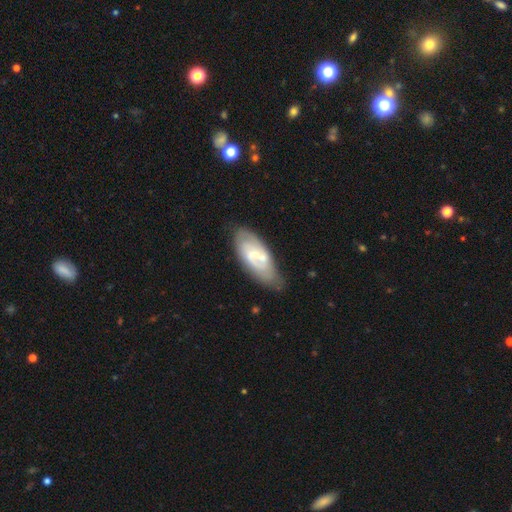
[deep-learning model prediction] Smooth or featured?
  - featured or disk: 72% *
  - smooth: 22%
  - star or artifact: 5%
Edge-on disk?
  - no: 93% *
  - yes: 7%
Bar?
  - weak: 50% *
  - strong: 30%
  - no: 20%
Spiral arms?
  - yes: 82% *
  - no: 18%
Spiral winding?
  - medium: 44% *
  - tight: 34%
  - loose: 21%
Spiral arm count?
  - 2: 73% *
  - can't tell: 18%
  - 1: 4%
  - 3: 3%
  - 4: 1%
  - more than 4: 1%
Bulge size?
  - small: 58% *
  - moderate: 34%
  - none: 5%
  - large: 2%
  - dominant: 1%
Merging?
  - none: 68% *
  - minor disturbance: 21%
  - major disturbance: 6%
  - merger: 4%